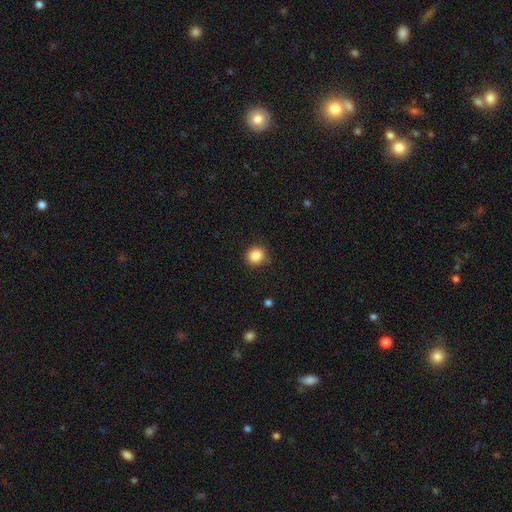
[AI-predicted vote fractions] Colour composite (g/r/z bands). It shows a smooth galaxy with no disk features (86%) that is round (89%). Merging: none (87%).